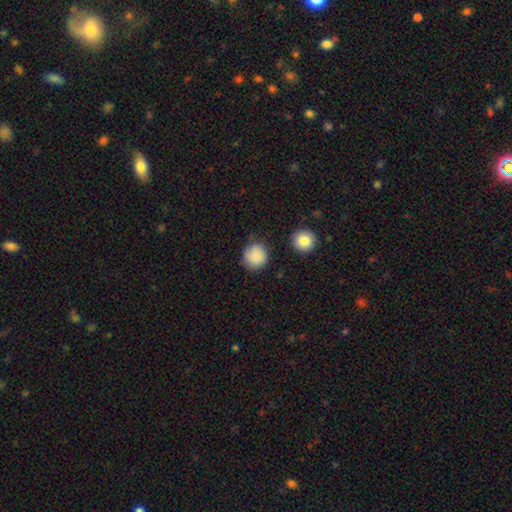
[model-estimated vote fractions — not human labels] smooth_or_featured: smooth (p=0.87) [alt: star or artifact p=0.08]
how_rounded: round (p=0.92) [alt: in between p=0.08]
merging: none (p=0.80) [alt: minor disturbance p=0.14]